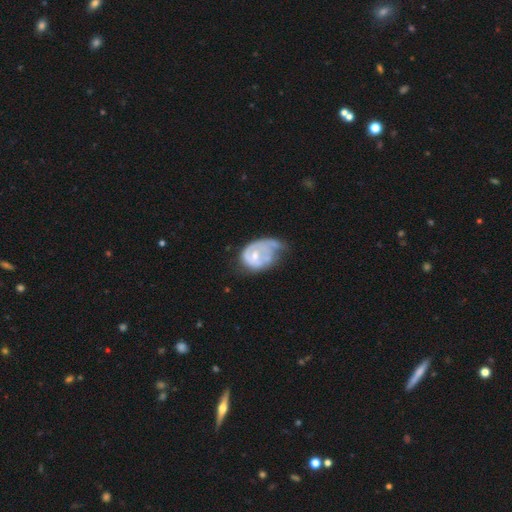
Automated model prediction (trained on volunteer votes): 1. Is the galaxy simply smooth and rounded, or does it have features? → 63% featured or disk, 31% smooth, 6% star or artifact.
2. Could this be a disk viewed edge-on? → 97% no, 3% yes.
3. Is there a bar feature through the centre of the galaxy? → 76% no, 21% weak, 4% strong.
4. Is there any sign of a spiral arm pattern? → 57% yes, 43% no.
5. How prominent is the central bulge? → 50% moderate, 43% small, 3% none, 3% large, 1% dominant.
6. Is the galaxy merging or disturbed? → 43% major disturbance, 30% minor disturbance, 20% none, 7% merger.